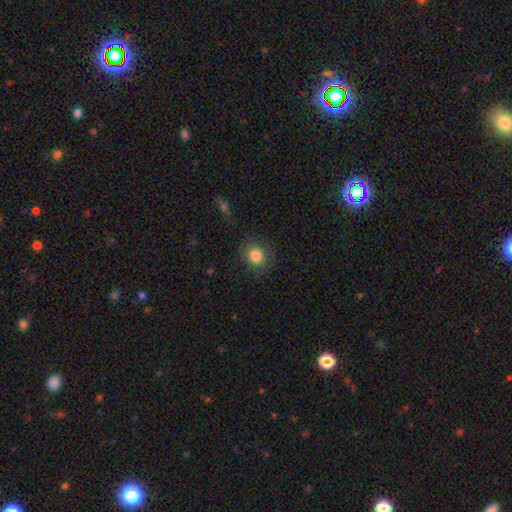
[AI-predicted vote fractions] smooth-or-featured: smooth: 82% | star or artifact: 10% | featured or disk: 8%
  how-rounded: round: 83% | in between: 16% | cigar-shaped: 1%
  merging: none: 83% | minor disturbance: 11% | major disturbance: 4% | merger: 1%